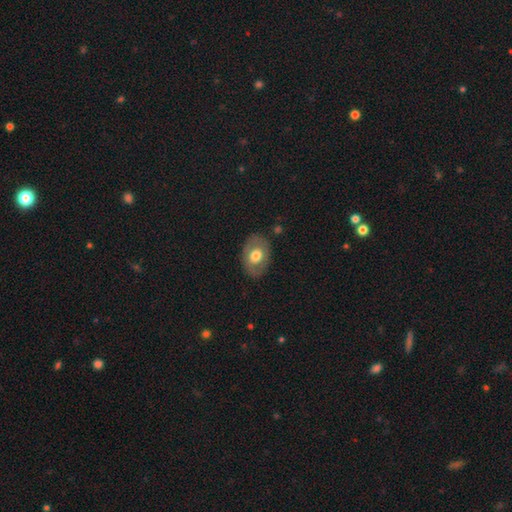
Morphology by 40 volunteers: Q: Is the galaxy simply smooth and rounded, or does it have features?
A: smooth — 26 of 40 (65%).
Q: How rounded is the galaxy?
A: in between — 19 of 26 (73%).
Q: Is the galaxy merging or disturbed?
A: none — 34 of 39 (87%).